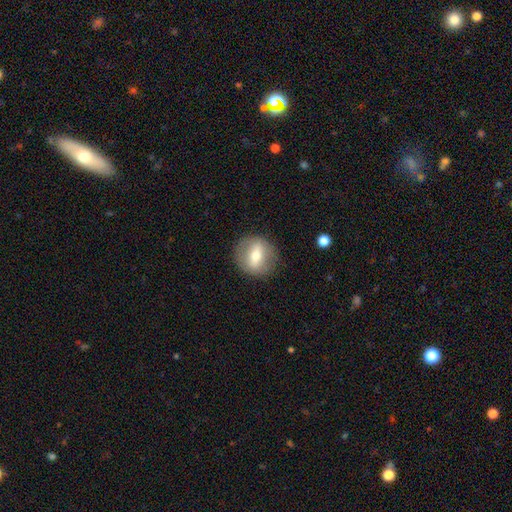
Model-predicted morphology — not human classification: Smooth or featured?
  - smooth: 48% *
  - featured or disk: 44%
  - star or artifact: 8%
Merging?
  - none: 86% *
  - minor disturbance: 9%
  - major disturbance: 4%
  - merger: 1%